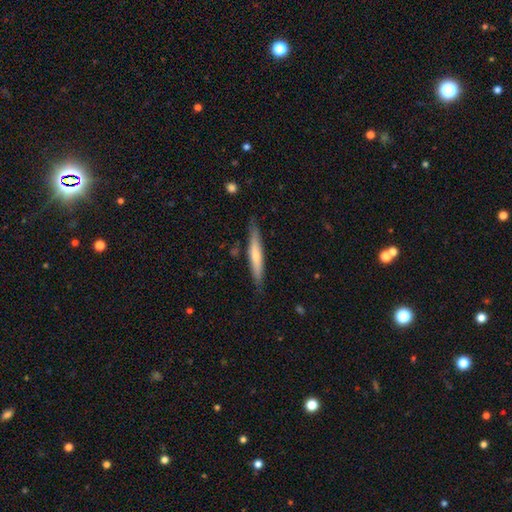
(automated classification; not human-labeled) Morphology: type=smooth (55%); roundness=cigar-shaped (92%); merging=none (84%).